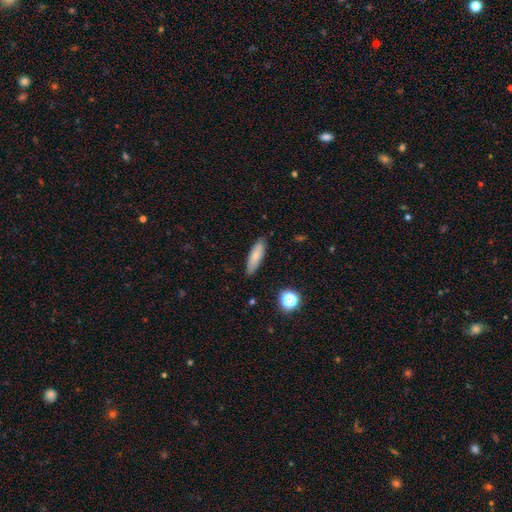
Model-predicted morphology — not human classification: Smooth or featured: smooth — 76% (featured or disk — 16%)
How rounded: in between — 49% (tied with cigar-shaped — 49%)
Merging: none — 84% (minor disturbance — 13%)